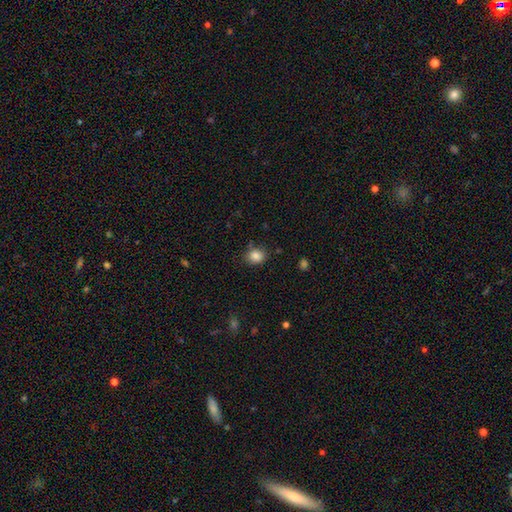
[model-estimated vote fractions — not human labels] Smooth or featured? smooth (85%)
How rounded? round (57%)
Merging? none (81%)